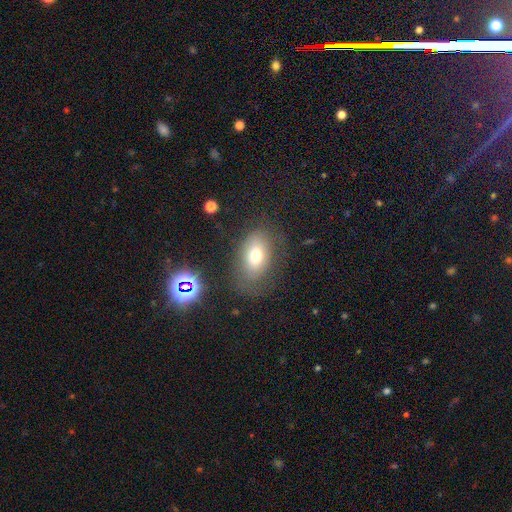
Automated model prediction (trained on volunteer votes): Smooth or featured: smooth — 69% (featured or disk — 19%)
How rounded: in between — 83% (round — 16%)
Merging: none — 68% (minor disturbance — 18%)